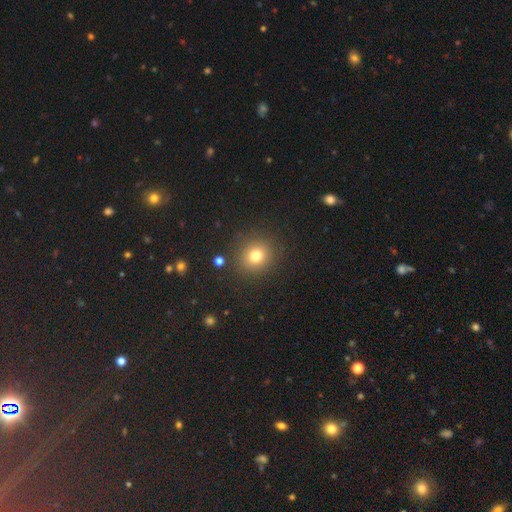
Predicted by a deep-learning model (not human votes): smooth_or_featured: smooth (p=0.76) [alt: star or artifact p=0.15]
how_rounded: round (p=0.88) [alt: in between p=0.11]
merging: none (p=0.89) [alt: minor disturbance p=0.07]